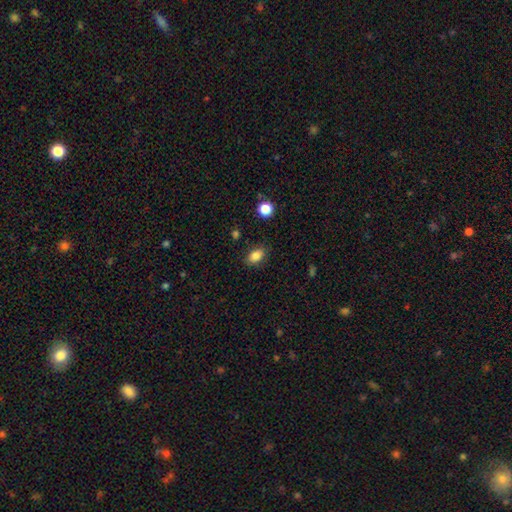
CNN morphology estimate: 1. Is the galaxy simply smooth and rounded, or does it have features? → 84% smooth, 10% star or artifact, 6% featured or disk.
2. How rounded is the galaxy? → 83% in between, 15% round, 2% cigar-shaped.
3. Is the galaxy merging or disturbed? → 84% none, 11% minor disturbance, 3% major disturbance, 2% merger.